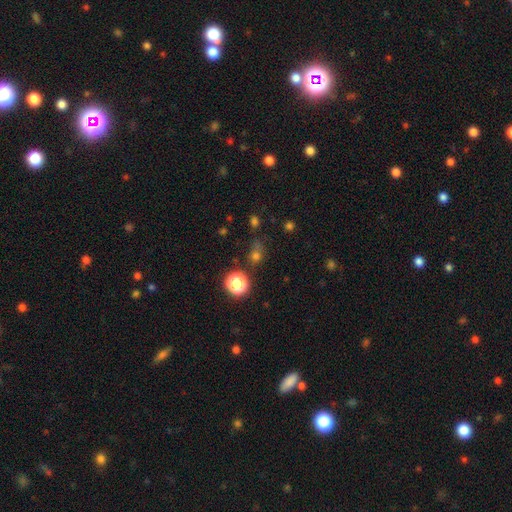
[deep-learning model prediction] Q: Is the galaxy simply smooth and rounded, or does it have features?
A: smooth — 58%.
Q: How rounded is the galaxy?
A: round — 75%.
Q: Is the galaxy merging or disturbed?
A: none — 66%.